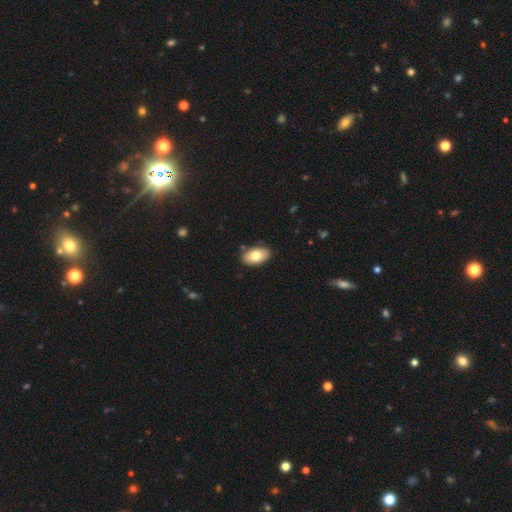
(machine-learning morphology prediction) Smooth or featured? Predicted: smooth (p=0.76). How rounded? Predicted: in between (p=0.93). Merging? Predicted: none (p=0.87).